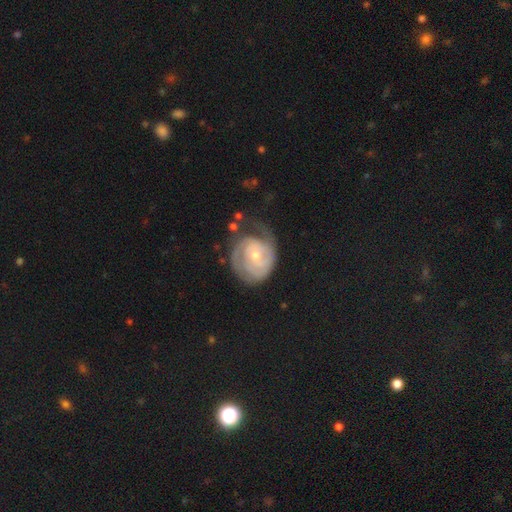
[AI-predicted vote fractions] Overall: featured or disk (79%). Edge-on disk: no (97%). Bar: no (68%). Spiral arms: yes (90%). Spiral arm count: 2 (38%; can't tell 32%). Spiral winding: tight (67%). Bulge size: small (52%; moderate 44%). Merging: none (49%; minor disturbance 27%).